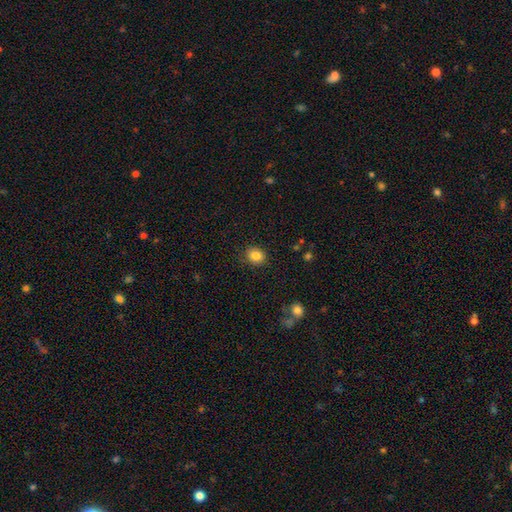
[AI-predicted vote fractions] The model was most divided on "how rounded": round: 58%, in between: 41%, cigar-shaped: 1%. More confident: merging — none (86%); smooth or featured — smooth (85%).